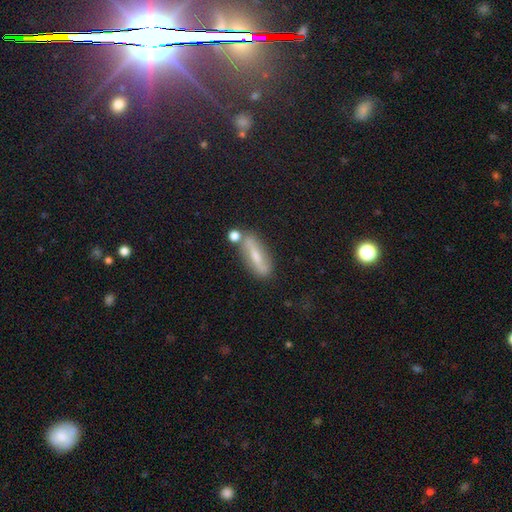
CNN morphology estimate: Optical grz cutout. It shows a featured or disk galaxy (48%). Merging: none (72%).